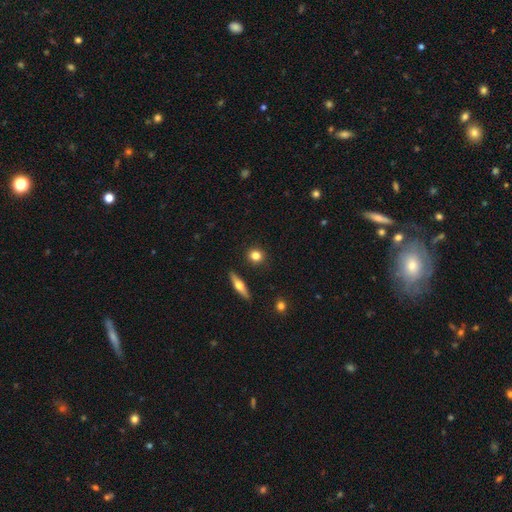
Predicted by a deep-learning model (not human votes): A smooth galaxy with no disk features (79%) that is round (83%).

Vote fractions:
- Smooth or featured? smooth: 79% / featured or disk: 12% / star or artifact: 9%
- How rounded? round: 83% / in between: 14% / cigar-shaped: 3%
- Merging? none: 89% / minor disturbance: 7% / merger: 2% / major disturbance: 2%